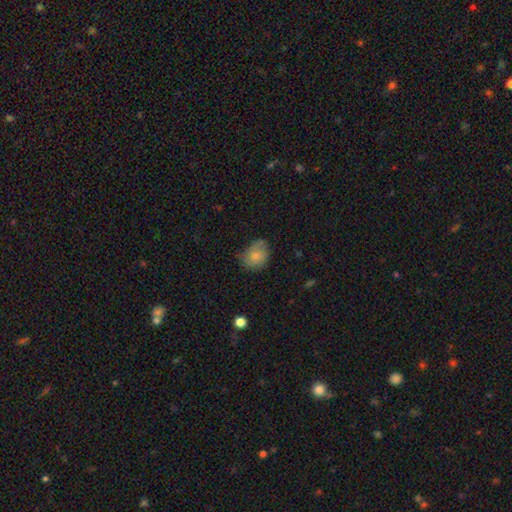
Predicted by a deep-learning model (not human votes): A smooth galaxy with no disk features (77%) that is in between round and cigar-shaped (54%).

Vote fractions:
- Smooth or featured? smooth: 77% / featured or disk: 15% / star or artifact: 8%
- How rounded? in between: 54% / round: 45% / cigar-shaped: 1%
- Merging? none: 55% / minor disturbance: 33% / major disturbance: 9% / merger: 3%